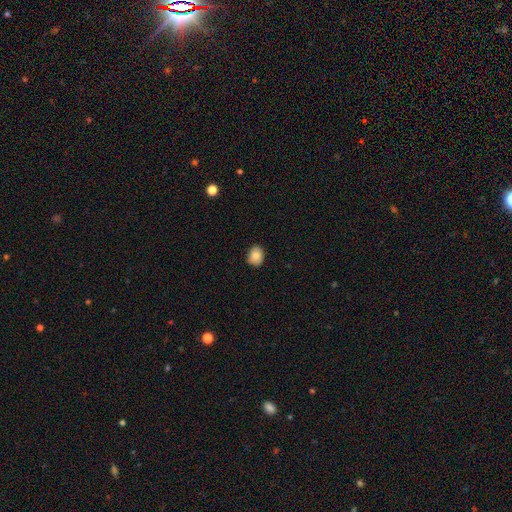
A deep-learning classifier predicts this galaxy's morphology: Smooth or featured? smooth (85%)
How rounded? round (54%)
Merging? none (87%)